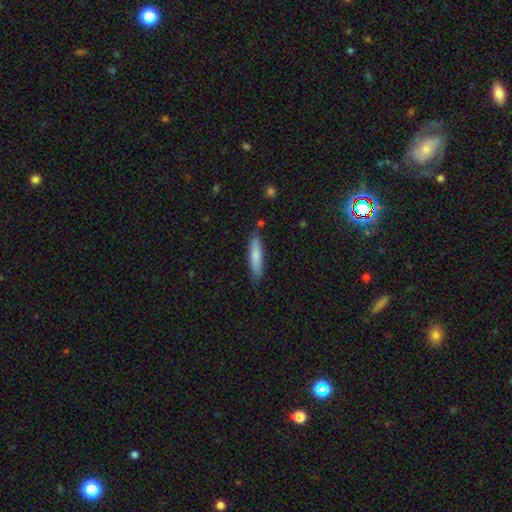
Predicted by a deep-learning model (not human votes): This appears to be a smooth galaxy with no disk features (78%) that is cigar-shaped (82%). Merging: none (80%).